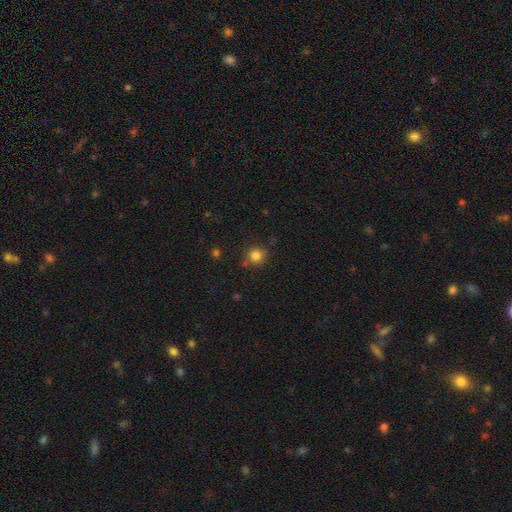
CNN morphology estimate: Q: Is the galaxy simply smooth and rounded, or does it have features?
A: smooth — 83%.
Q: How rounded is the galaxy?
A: round — 90%.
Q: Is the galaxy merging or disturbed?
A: none — 81%.